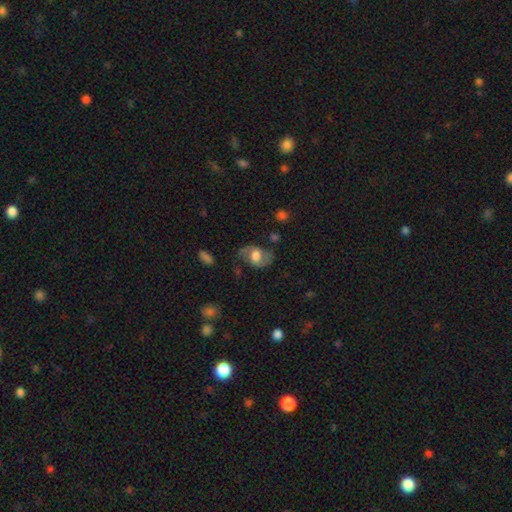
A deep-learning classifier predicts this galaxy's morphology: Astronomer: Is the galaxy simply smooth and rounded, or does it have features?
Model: featured or disk — 58% (runner-up: smooth, 34%).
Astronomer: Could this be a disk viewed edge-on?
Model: no — 94%.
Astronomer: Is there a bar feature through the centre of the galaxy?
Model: no — 46% (runner-up: weak, 39%).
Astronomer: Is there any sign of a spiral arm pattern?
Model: yes — 77%.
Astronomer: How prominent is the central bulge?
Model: large — 44% (runner-up: moderate, 39%).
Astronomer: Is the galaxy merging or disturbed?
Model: none — 63%.